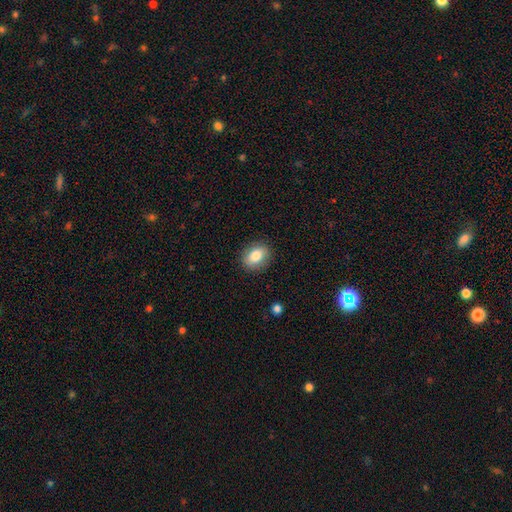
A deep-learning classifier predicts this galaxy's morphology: smooth 82%, featured or disk 10%, star or artifact 8%. Down the decision tree: how rounded — in between (67%); merging — none (88%).